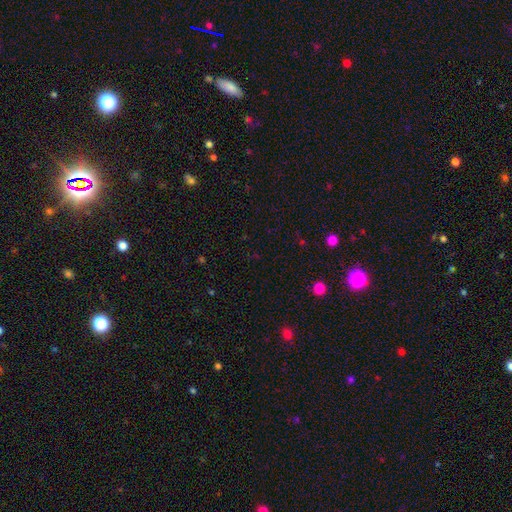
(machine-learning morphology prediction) smooth_or_featured: star or artifact (p=0.65) [alt: smooth p=0.28]